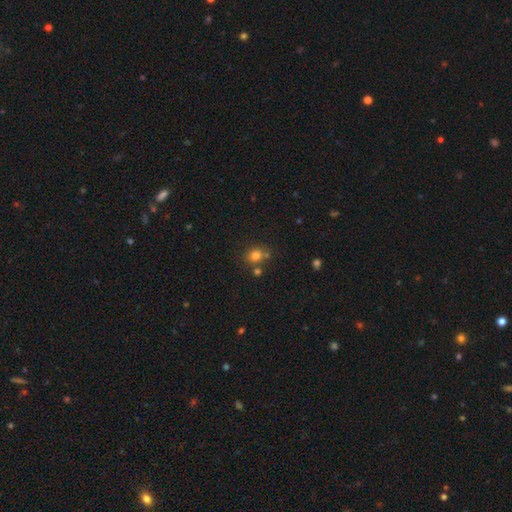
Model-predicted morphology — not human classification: smooth 78%, star or artifact 15%, featured or disk 8%. Down the decision tree: how rounded — round (74%); merging — none (67%).